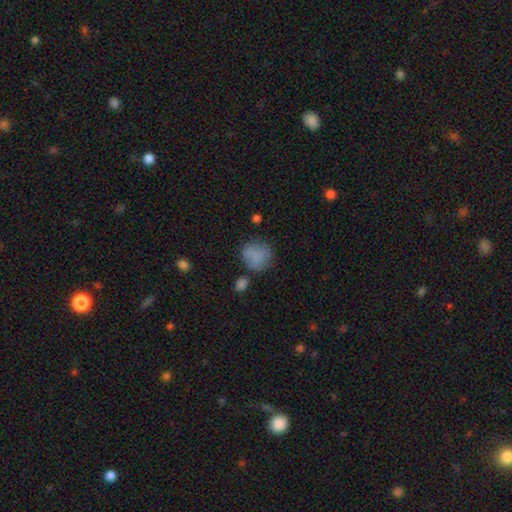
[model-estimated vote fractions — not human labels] Q: Smooth or featured?
A: smooth (78%); runner-up: featured or disk (12%)
Q: How rounded?
A: round (78%); runner-up: in between (21%)
Q: Merging?
A: none (57%); runner-up: minor disturbance (23%)